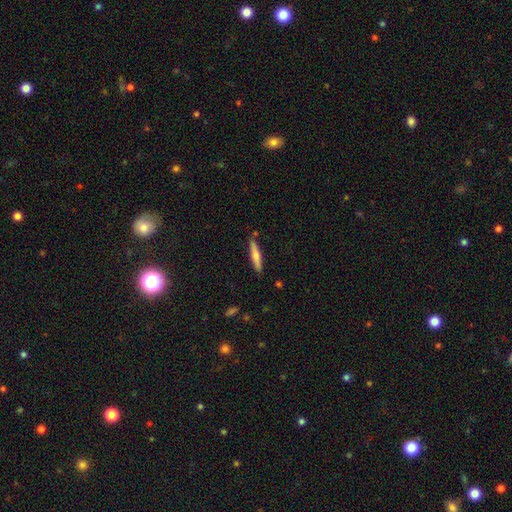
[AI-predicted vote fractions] The model was most divided on "smooth or featured": smooth: 62%, featured or disk: 32%, star or artifact: 6%. More confident: how rounded — cigar-shaped (88%); merging — none (85%).